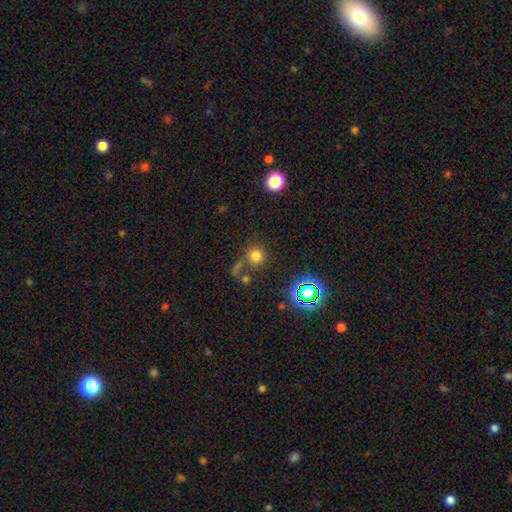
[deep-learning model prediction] Smooth or featured? Predicted: smooth (p=0.72). How rounded? Predicted: round (p=0.90). Merging? Predicted: none (p=0.66).